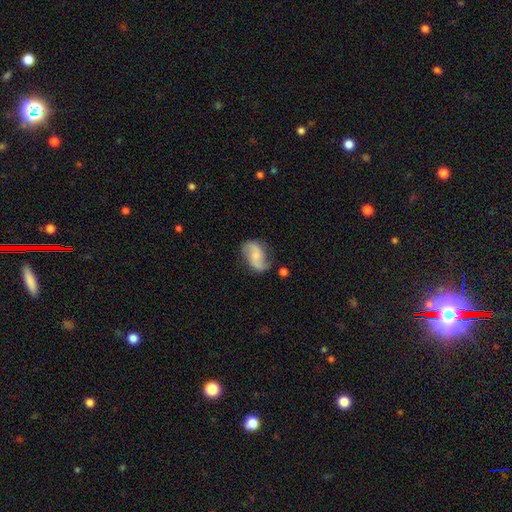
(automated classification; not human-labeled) A featured or disk galaxy (69%) with no bar (57%), 2 (91%) loose (64%) spiral arms (93%) and a small central bulge (50%).

Vote fractions:
- Smooth or featured? featured or disk: 69% / smooth: 25% / star or artifact: 6%
- Edge-on disk? no: 97% / yes: 3%
- Bar? no: 57% / weak: 35% / strong: 9%
- Spiral arms? yes: 93% / no: 7%
- Spiral winding? loose: 64% / medium: 28% / tight: 8%
- Spiral arm count? 2: 91% / can't tell: 4% / 1: 2% / 3: 1% / 4: 1% / more than 4: 1%
- Bulge size? small: 50% / moderate: 32% / none: 14% / large: 3% / dominant: 1%
- Merging? none: 69% / minor disturbance: 21% / major disturbance: 7% / merger: 4%